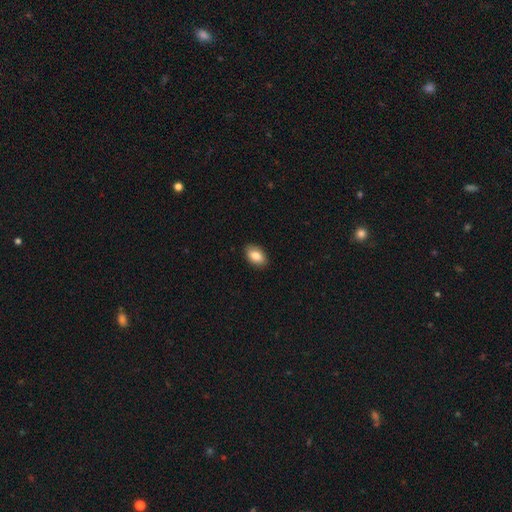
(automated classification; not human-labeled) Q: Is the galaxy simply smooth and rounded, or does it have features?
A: smooth — 85%.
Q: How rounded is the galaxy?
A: in between — 91%.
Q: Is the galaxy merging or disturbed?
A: none — 89%.